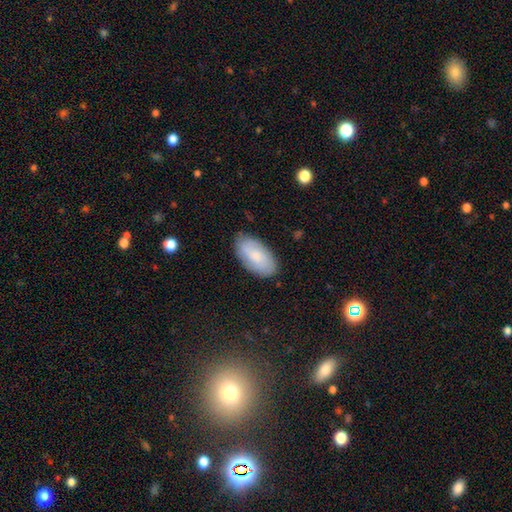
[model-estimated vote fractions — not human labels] This appears to be a smooth galaxy with no disk features (68%) that is in between round and cigar-shaped (94%). Merging: none (83%).